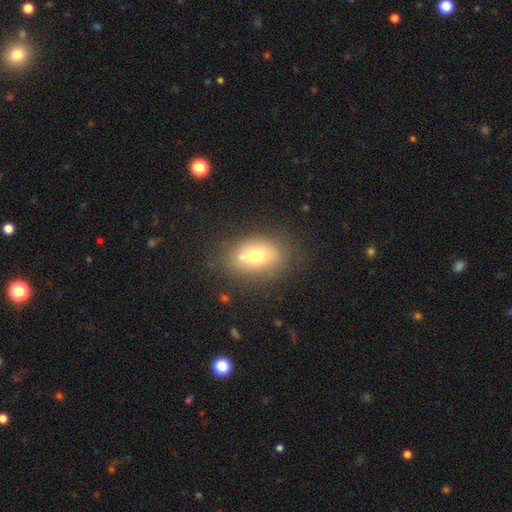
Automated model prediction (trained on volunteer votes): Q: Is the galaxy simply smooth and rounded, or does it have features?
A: smooth — 69%.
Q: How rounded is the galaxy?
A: in between — 79%.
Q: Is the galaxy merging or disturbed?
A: none — 59%.